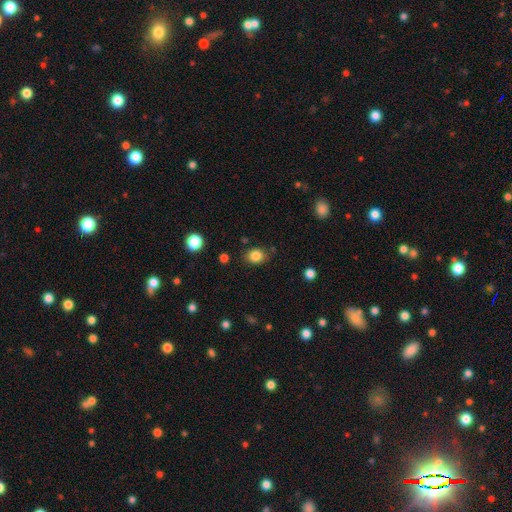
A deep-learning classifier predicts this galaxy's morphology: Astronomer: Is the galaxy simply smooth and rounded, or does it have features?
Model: smooth — 84%.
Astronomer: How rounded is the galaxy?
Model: round — 60% (runner-up: in between, 39%).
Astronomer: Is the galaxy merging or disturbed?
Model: none — 81%.